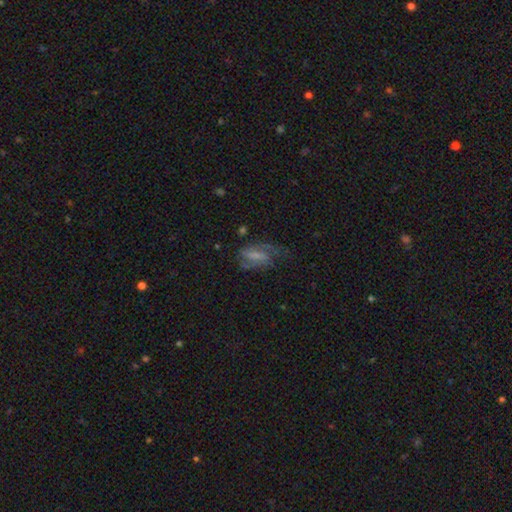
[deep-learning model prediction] A featured or disk galaxy (60%) with a weak bar (39%), spiral arms (82%) and no central bulge (40%). Merging: none (45%).